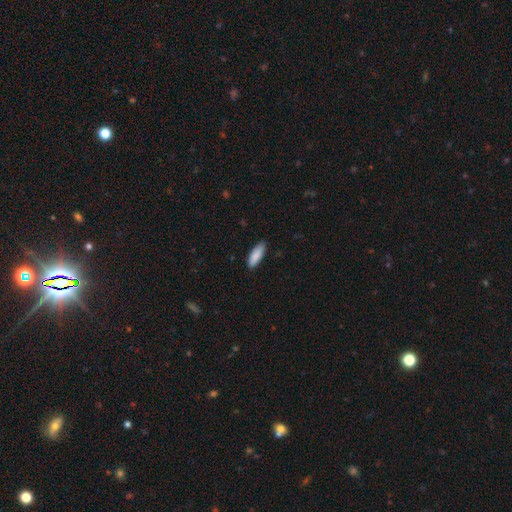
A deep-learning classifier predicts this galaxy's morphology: Smooth or featured: smooth — 89% (star or artifact — 6%)
How rounded: in between — 63% (cigar-shaped — 35%)
Merging: none — 85% (minor disturbance — 12%)